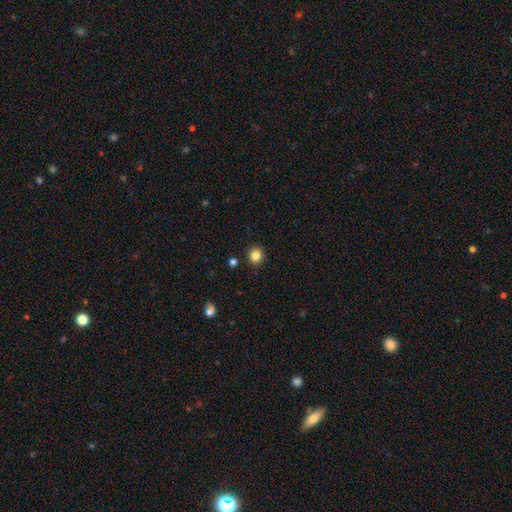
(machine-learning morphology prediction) A smooth galaxy with no disk features (84%) that is round (88%). Merging: none (91%).